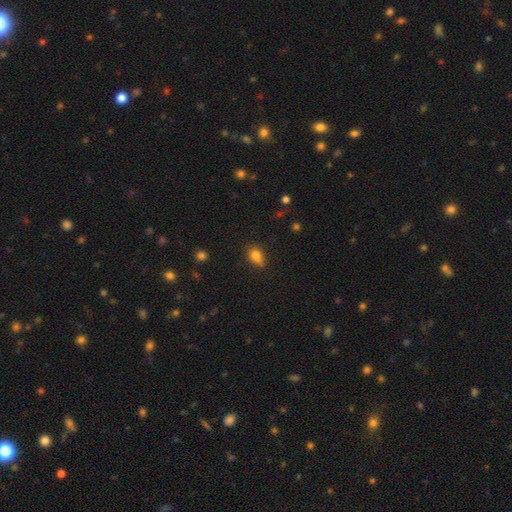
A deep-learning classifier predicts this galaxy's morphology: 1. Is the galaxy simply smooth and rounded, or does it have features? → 77% smooth, 12% star or artifact, 11% featured or disk.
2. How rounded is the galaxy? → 67% in between, 27% round, 6% cigar-shaped.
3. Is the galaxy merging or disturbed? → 53% none, 32% minor disturbance, 10% major disturbance, 5% merger.